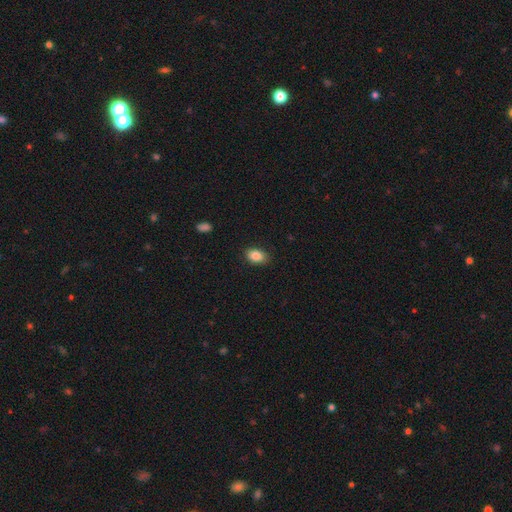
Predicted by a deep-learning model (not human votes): smooth-or-featured: smooth: 87% | star or artifact: 8% | featured or disk: 5%
  how-rounded: in between: 86% | round: 13% | cigar-shaped: 1%
  merging: none: 87% | minor disturbance: 10% | major disturbance: 2% | merger: 1%